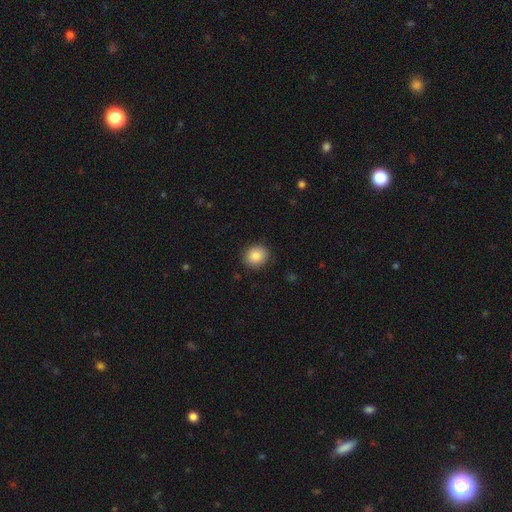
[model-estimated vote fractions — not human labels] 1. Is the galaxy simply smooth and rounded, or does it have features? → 87% smooth, 8% star or artifact, 5% featured or disk.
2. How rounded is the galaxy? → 72% round, 27% in between, 1% cigar-shaped.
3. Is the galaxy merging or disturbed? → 89% none, 8% minor disturbance, 2% major disturbance, 1% merger.